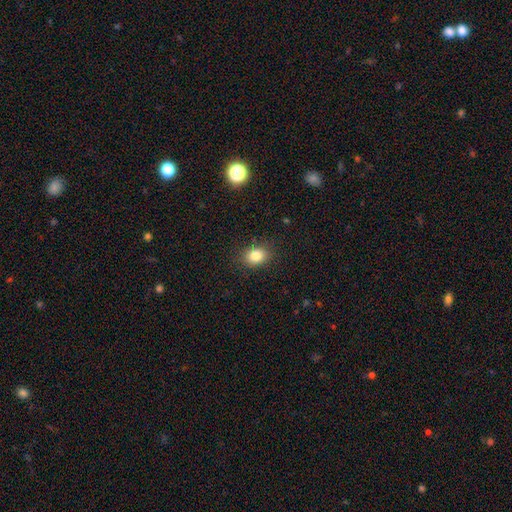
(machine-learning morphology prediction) Smooth or featured: smooth — 83% (star or artifact — 10%)
How rounded: in between — 59% (round — 40%)
Merging: none — 85% (minor disturbance — 11%)